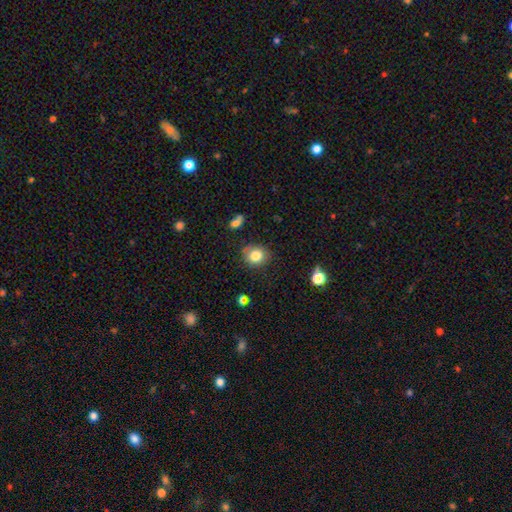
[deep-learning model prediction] Smooth or featured? smooth (81%)
How rounded? round (74%)
Merging? none (79%)